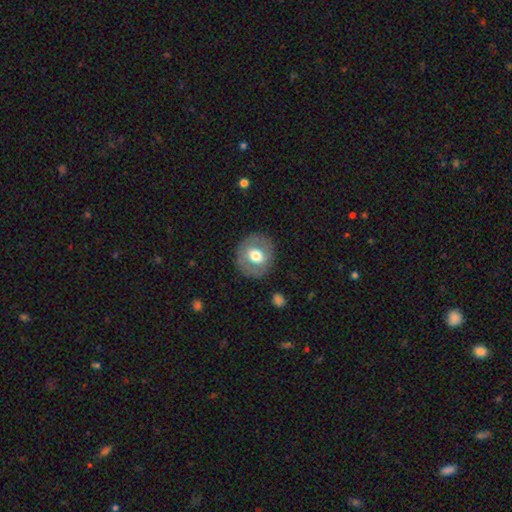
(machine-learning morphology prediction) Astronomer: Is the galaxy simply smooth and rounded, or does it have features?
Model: smooth — 60%.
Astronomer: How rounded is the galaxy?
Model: round — 85%.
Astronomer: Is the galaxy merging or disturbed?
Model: none — 86%.